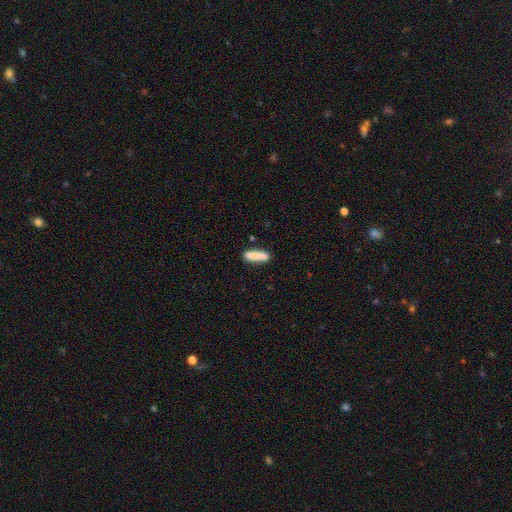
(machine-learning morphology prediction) type=smooth (84%); roundness=cigar-shaped (72%); merging=none (84%).